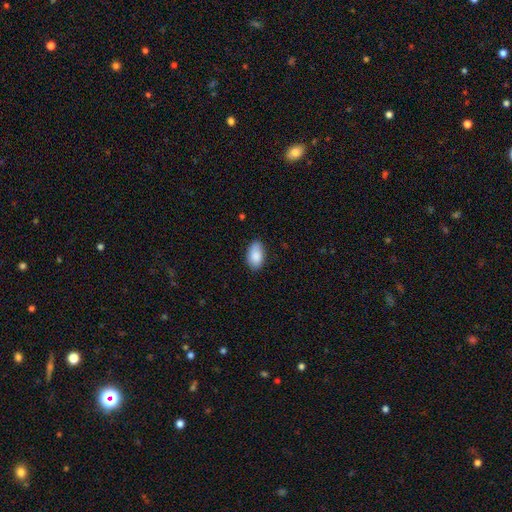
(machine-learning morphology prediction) A smooth galaxy with no disk features (89%) that is in between round and cigar-shaped (94%). Merging: none (82%).